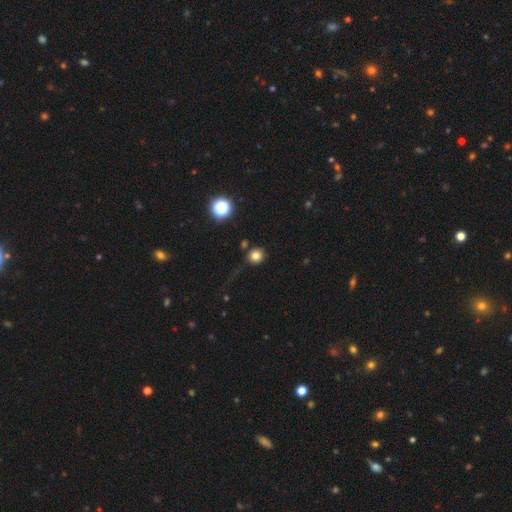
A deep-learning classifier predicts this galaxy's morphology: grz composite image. It shows a smooth galaxy with no disk features (79%) that is round (86%). Merging: none (77%).